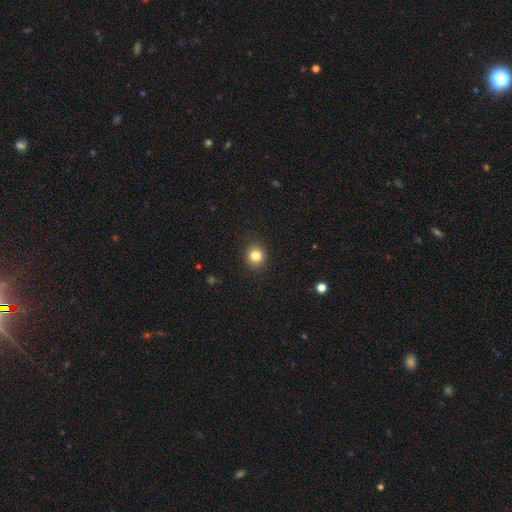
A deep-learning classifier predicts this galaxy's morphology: The model was most divided on "smooth or featured": smooth: 83%, star or artifact: 11%, featured or disk: 6%. More confident: merging — none (89%); how rounded — round (86%).